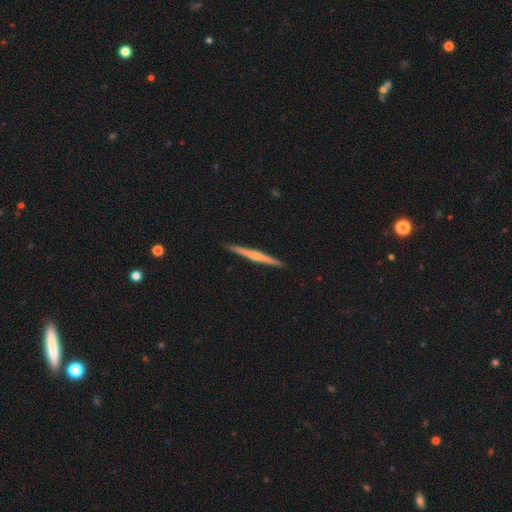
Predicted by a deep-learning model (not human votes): smooth-or-featured: featured or disk: 58% | smooth: 37% | star or artifact: 5%
  disk-edge-on: yes: 98% | no: 2%
    edge-on-bulge: none: 54% | rounded: 35% | boxy: 11%
  merging: none: 92% | minor disturbance: 6% | major disturbance: 1% | merger: 1%